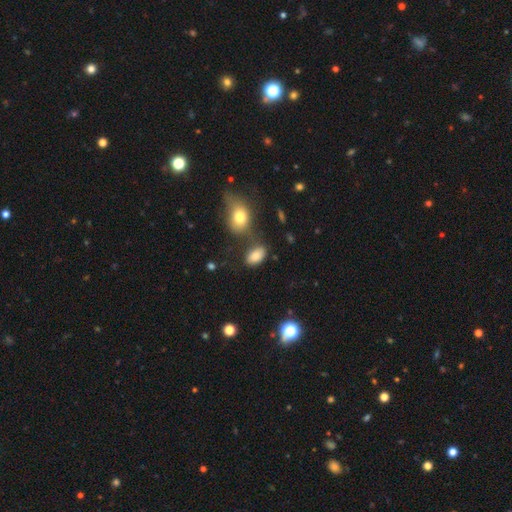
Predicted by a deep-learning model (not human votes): smooth 82%, star or artifact 9%, featured or disk 8%. Down the decision tree: how rounded — in between (91%); merging — none (60%).